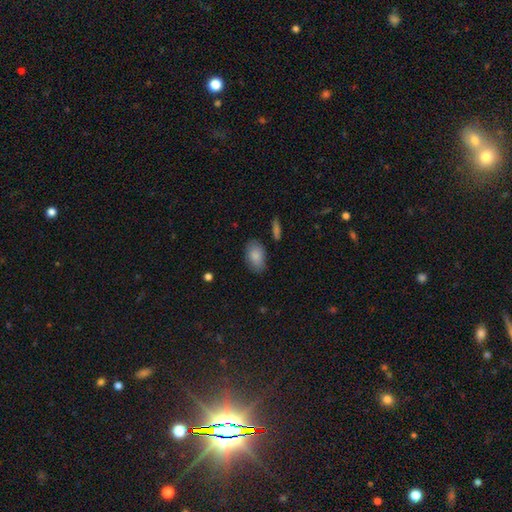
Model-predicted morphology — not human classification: Smooth or featured? Predicted: smooth (p=0.85). How rounded? Predicted: in between (p=0.92). Merging? Predicted: none (p=0.82).